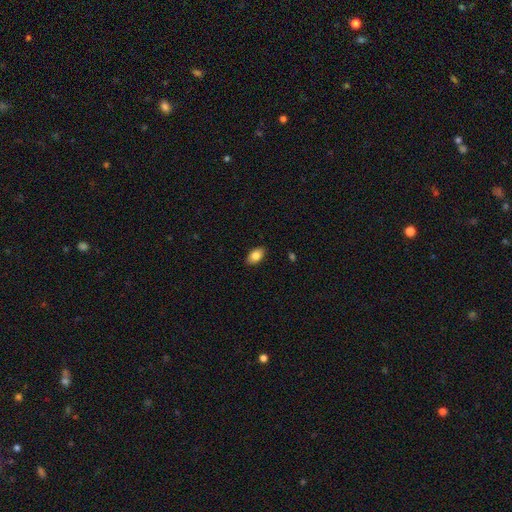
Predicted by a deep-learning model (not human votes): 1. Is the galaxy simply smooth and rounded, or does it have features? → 83% smooth, 9% featured or disk, 8% star or artifact.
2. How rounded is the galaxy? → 91% in between, 7% round, 2% cigar-shaped.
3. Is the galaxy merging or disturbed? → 88% none, 9% minor disturbance, 2% major disturbance, 1% merger.